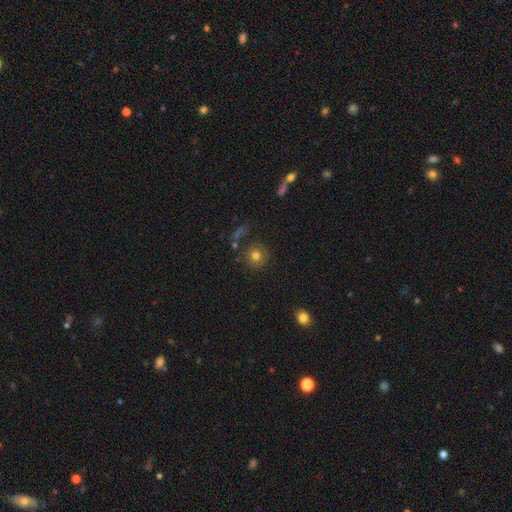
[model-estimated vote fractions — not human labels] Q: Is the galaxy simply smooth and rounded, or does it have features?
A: smooth — 77%.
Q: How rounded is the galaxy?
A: round — 91%.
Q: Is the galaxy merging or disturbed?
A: none — 81%.